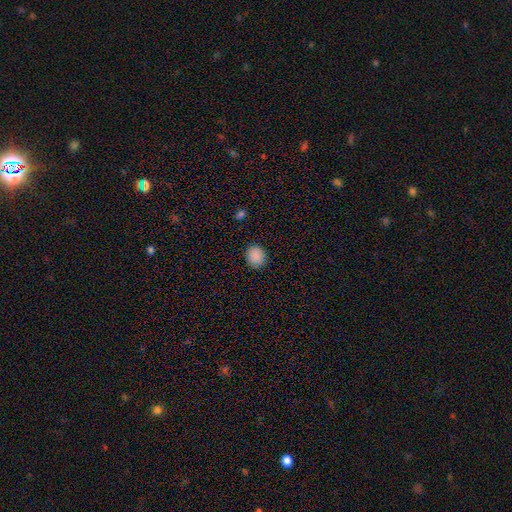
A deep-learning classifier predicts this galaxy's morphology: smooth_or_featured: smooth (p=0.89) [alt: star or artifact p=0.09]
how_rounded: round (p=0.74) [alt: in between p=0.25]
merging: none (p=0.89) [alt: minor disturbance p=0.07]